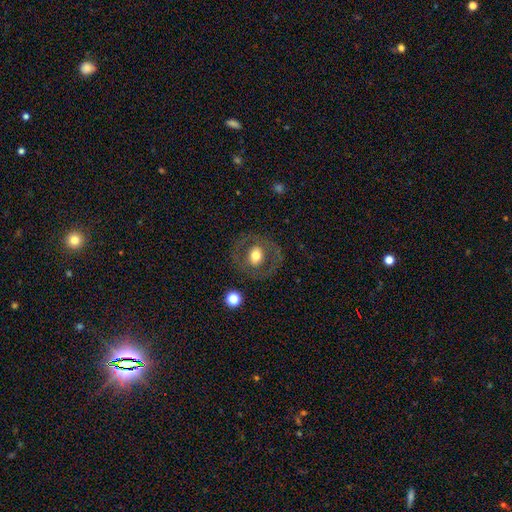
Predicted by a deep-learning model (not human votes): smooth_or_featured: smooth (p=0.49) [alt: featured or disk p=0.43]
merging: none (p=0.79) [alt: minor disturbance p=0.11]